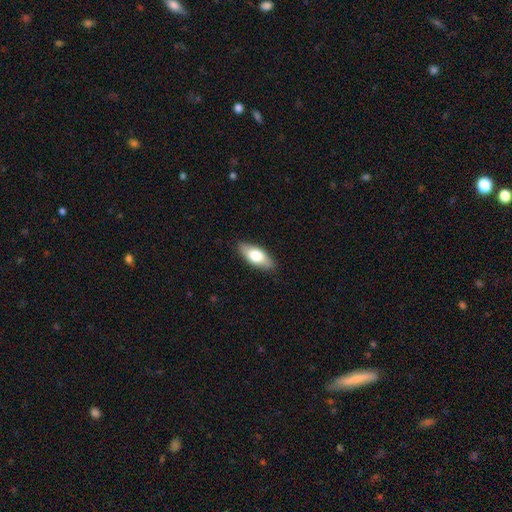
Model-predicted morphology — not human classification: Smooth or featured? Predicted: smooth (p=0.69). How rounded? Predicted: in between (p=0.79). Merging? Predicted: none (p=0.87).